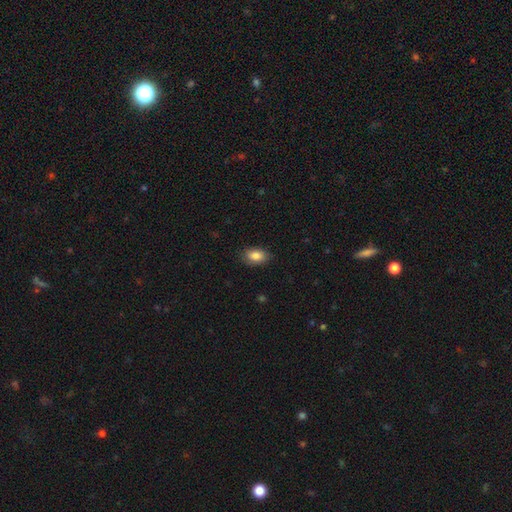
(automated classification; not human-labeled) This is clearly a smooth galaxy (86%). How rounded: clearly in between (88%). Merging: clearly none (84%).